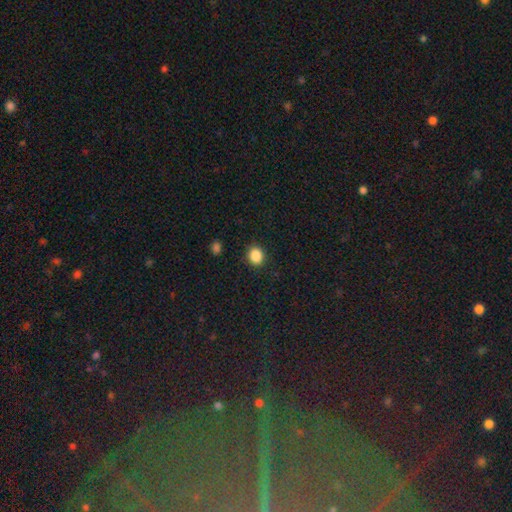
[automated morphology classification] A smooth galaxy with no disk features (87%) that is round (67%). Merging: none (89%).